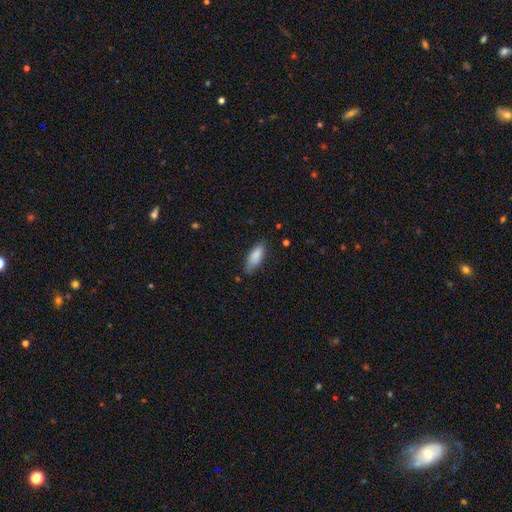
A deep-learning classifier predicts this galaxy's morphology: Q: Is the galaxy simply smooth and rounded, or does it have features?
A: smooth — 85%.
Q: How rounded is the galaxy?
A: in between — 72%.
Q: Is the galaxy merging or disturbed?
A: none — 69%.